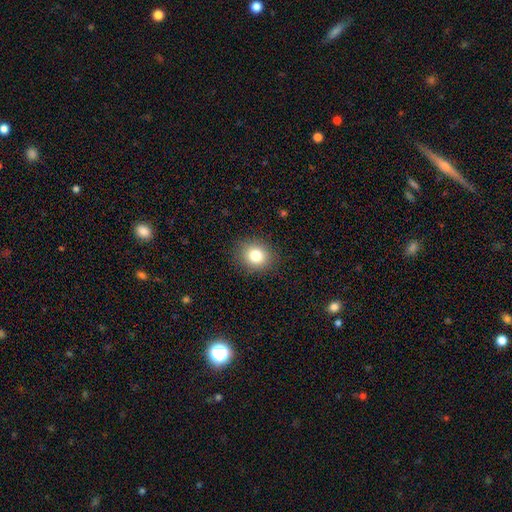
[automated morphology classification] A smooth galaxy with no disk features (80%) that is round (72%). Merging: none (89%).